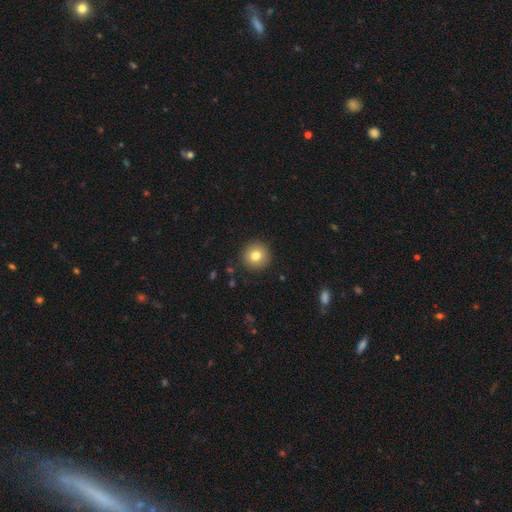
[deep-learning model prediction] The model was most divided on "smooth or featured": smooth: 79%, featured or disk: 11%, star or artifact: 10%. More confident: how rounded — round (94%); merging — none (92%).